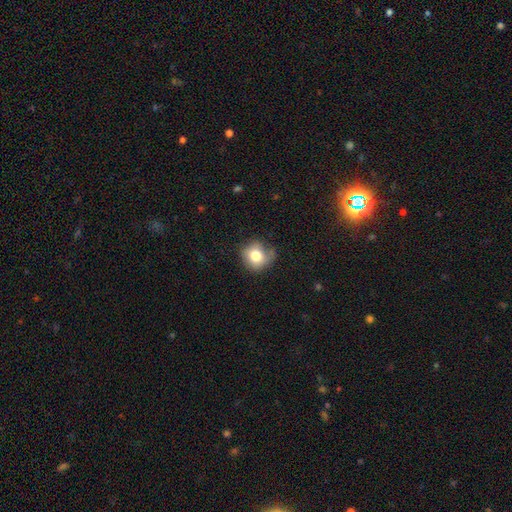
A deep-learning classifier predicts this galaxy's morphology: Overall: smooth (78%). How rounded: round (81%). Merging: none (58%; minor disturbance 30%).